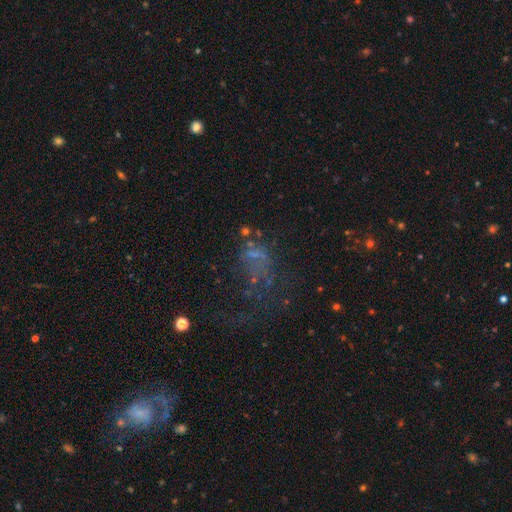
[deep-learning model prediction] smooth-or-featured: featured or disk: 38% | star or artifact: 34% | smooth: 28%
  merging: major disturbance: 44% | none: 32% | minor disturbance: 14% | merger: 10%